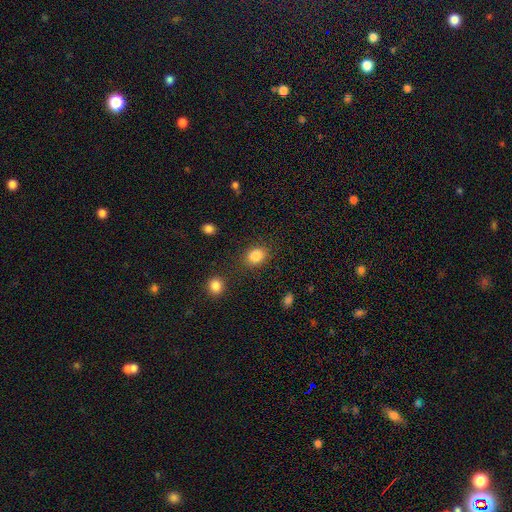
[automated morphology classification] Overall: smooth (85%). How rounded: in between (53%; round 46%). Merging: none (83%).